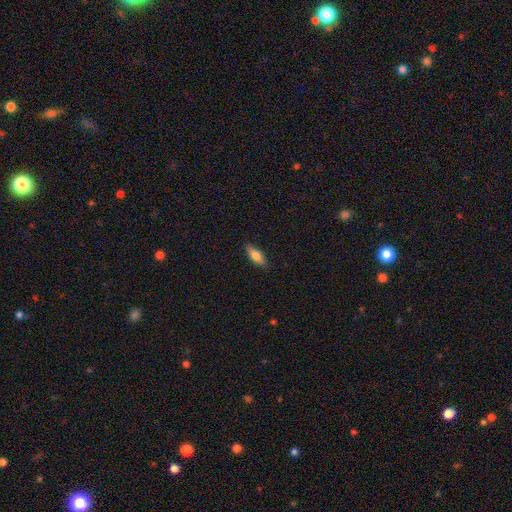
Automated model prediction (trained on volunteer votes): smooth-or-featured: smooth: 70% | featured or disk: 23% | star or artifact: 7%
  how-rounded: in between: 68% | cigar-shaped: 30% | round: 3%
  merging: none: 85% | minor disturbance: 11% | major disturbance: 2% | merger: 1%